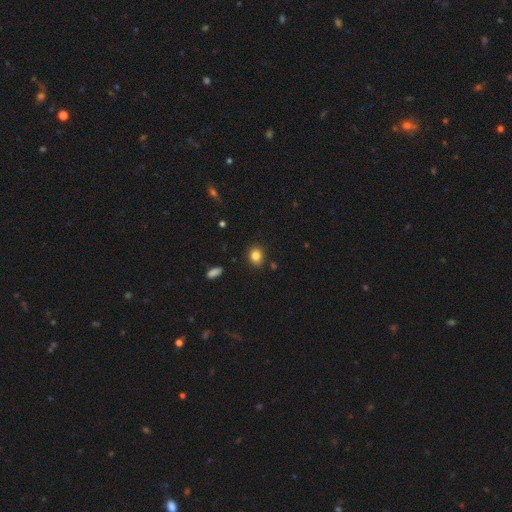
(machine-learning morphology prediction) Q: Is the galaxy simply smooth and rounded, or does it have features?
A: smooth — 84%.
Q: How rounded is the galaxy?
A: round — 64%.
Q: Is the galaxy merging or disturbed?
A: none — 88%.